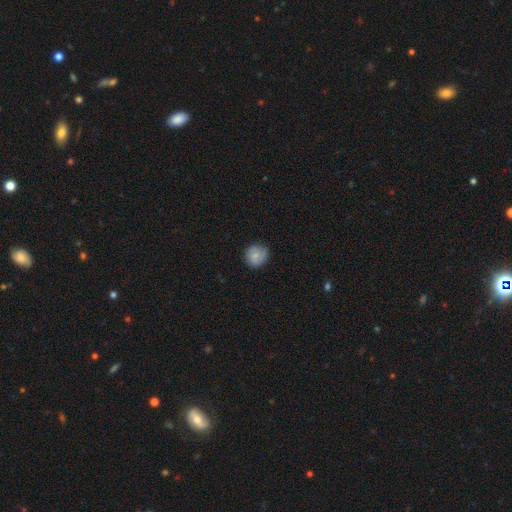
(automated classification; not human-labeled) Smooth or featured?
  - smooth: 71% *
  - featured or disk: 21%
  - star or artifact: 8%
How rounded?
  - round: 90% *
  - in between: 9%
  - cigar-shaped: 1%
Merging?
  - none: 82% *
  - minor disturbance: 14%
  - major disturbance: 3%
  - merger: 1%